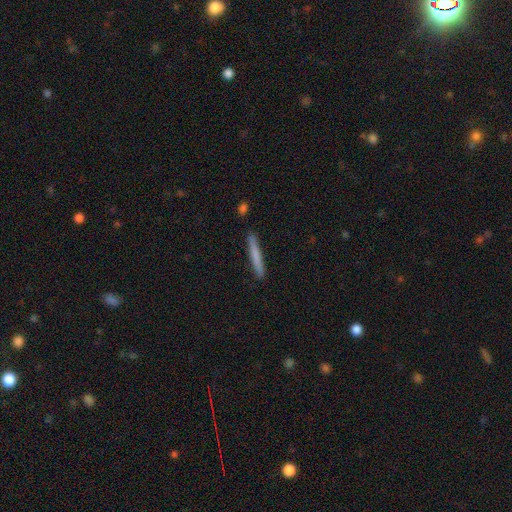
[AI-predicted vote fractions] The model was most divided on "smooth or featured": smooth: 71%, featured or disk: 23%, star or artifact: 6%. More confident: how rounded — cigar-shaped (96%); merging — none (89%).